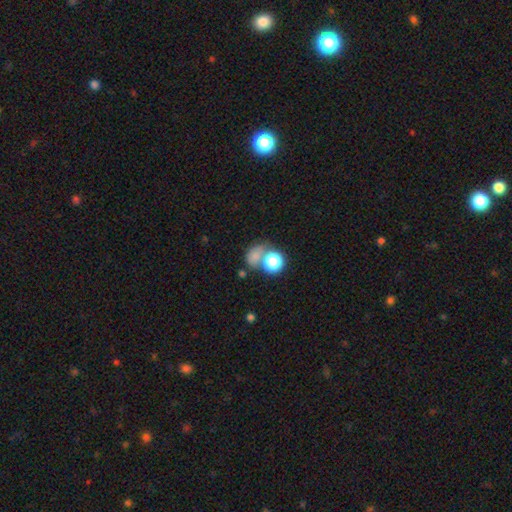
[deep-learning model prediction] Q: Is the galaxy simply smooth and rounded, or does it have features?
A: smooth — 72%.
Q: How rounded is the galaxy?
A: round — 61%.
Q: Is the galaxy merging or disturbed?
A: none — 39%, tied with merger.